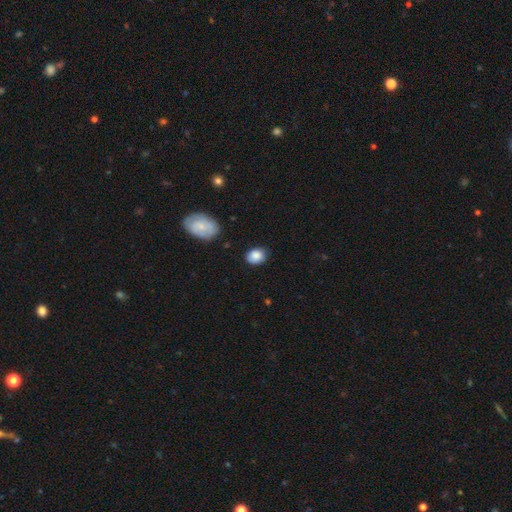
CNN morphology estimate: smooth 85%, star or artifact 7%, featured or disk 7%. Down the decision tree: how rounded — in between (56%); merging — none (78%).